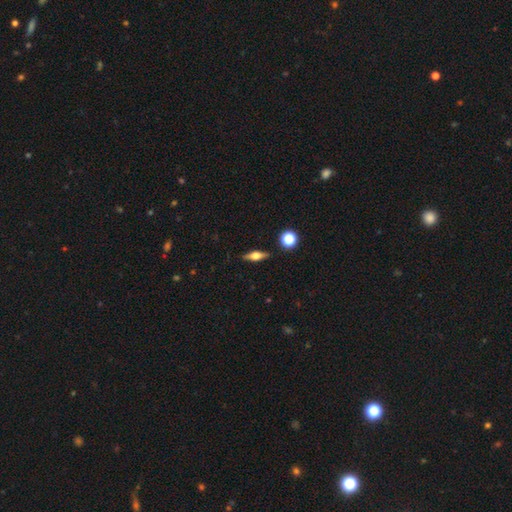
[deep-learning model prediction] A featured or disk galaxy (56%) viewed edge-on (94%) with a rounded central bulge (91%).

Vote fractions:
- Smooth or featured? featured or disk: 56% / smooth: 35% / star or artifact: 9%
- Edge-on disk? yes: 94% / no: 6%
- Edge-on bulge? rounded: 91% / boxy: 7% / none: 2%
- Merging? none: 87% / minor disturbance: 9% / major disturbance: 2% / merger: 2%